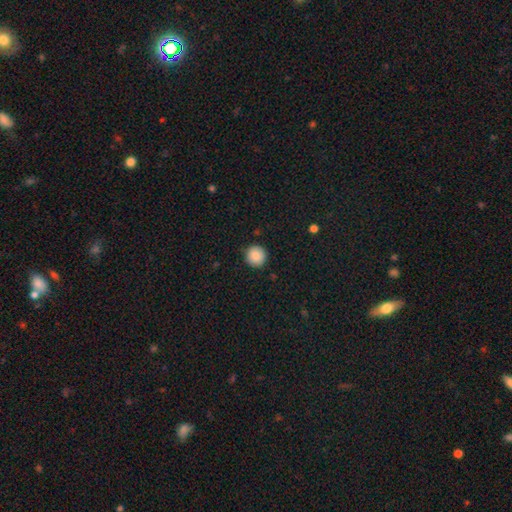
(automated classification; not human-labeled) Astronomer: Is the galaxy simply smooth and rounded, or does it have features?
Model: smooth — 88%.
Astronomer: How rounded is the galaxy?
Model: round — 95%.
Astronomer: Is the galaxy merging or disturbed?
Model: none — 91%.